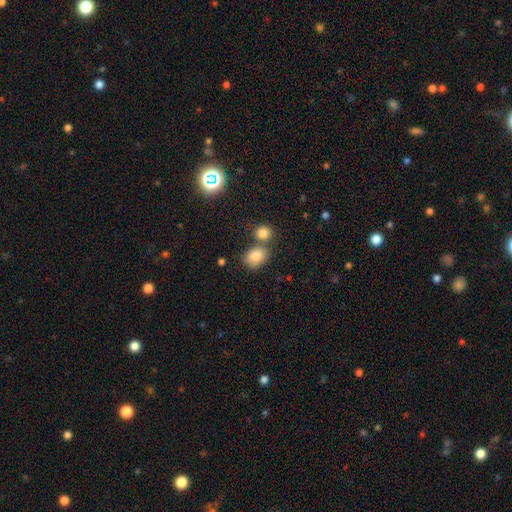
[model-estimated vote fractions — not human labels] smooth-or-featured: smooth: 81% | star or artifact: 10% | featured or disk: 9%
  how-rounded: in between: 64% | round: 35% | cigar-shaped: 1%
  merging: none: 56% | merger: 30% | minor disturbance: 11% | major disturbance: 3%